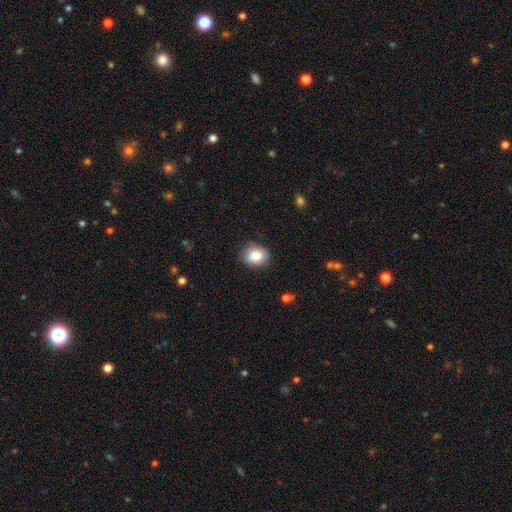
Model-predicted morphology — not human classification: A smooth galaxy with no disk features (85%) that is in between round and cigar-shaped (51%).

Vote fractions:
- Smooth or featured? smooth: 85% / star or artifact: 8% / featured or disk: 7%
- How rounded? in between: 51% / round: 48% / cigar-shaped: 1%
- Merging? none: 81% / minor disturbance: 15% / major disturbance: 3% / merger: 1%